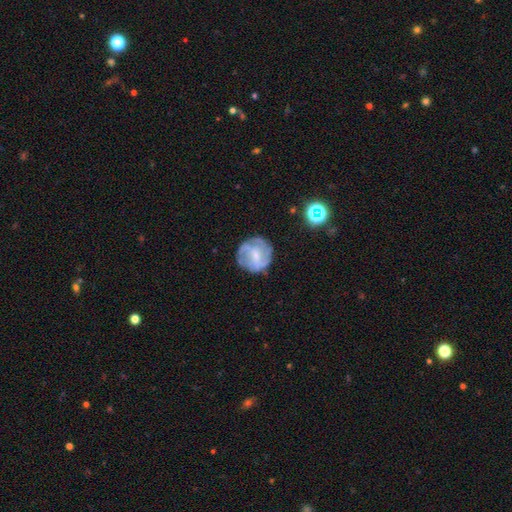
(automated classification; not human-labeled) A featured or disk galaxy (66%) with a weak bar (47%), medium (40%) spiral arms (79%) and a small central bulge (54%). Merging: none (74%).